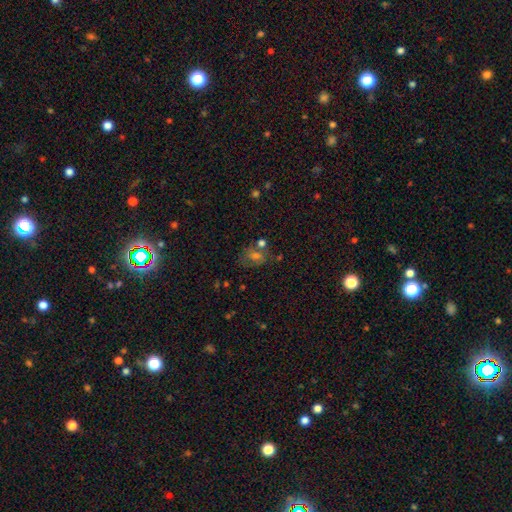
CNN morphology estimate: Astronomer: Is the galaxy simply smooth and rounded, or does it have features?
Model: smooth — 43% (runner-up: star or artifact, 32%).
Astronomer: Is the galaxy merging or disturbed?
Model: none — 62%.